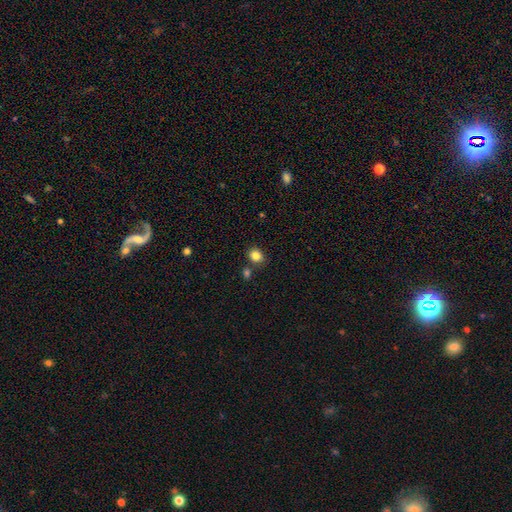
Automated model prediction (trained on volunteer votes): Q: Smooth or featured?
A: smooth (84%); runner-up: star or artifact (11%)
Q: How rounded?
A: round (63%); runner-up: in between (36%)
Q: Merging?
A: none (78%); runner-up: minor disturbance (10%)